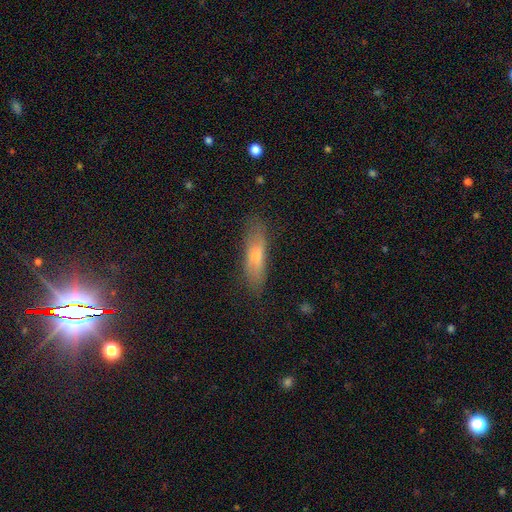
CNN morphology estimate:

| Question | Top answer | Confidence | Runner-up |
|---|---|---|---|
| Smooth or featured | smooth | 64% | featured or disk (28%) |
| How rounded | cigar-shaped | 62% | in between (35%) |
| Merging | none | 80% | minor disturbance (15%) |